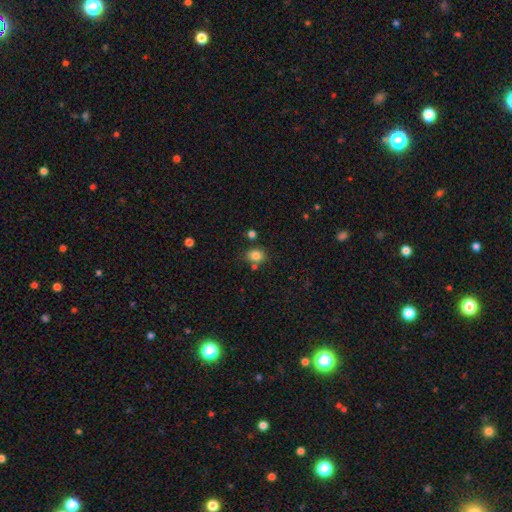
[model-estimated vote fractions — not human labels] A smooth galaxy with no disk features (83%) that is in between round and cigar-shaped (55%). Merging: none (72%).